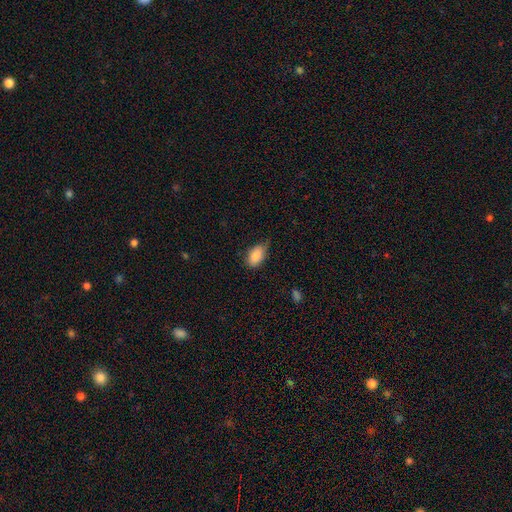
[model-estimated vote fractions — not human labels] Smooth or featured? Predicted: smooth (p=0.86). How rounded? Predicted: in between (p=0.91). Merging? Predicted: none (p=0.54).